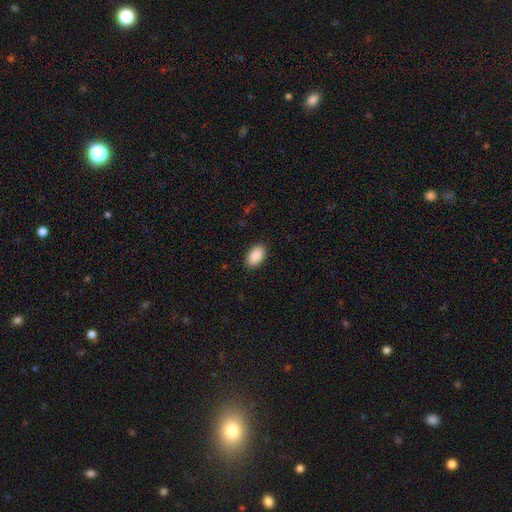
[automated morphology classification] The model was most divided on "merging": none: 89%, minor disturbance: 8%, major disturbance: 2%, merger: 1%. More confident: how rounded — in between (93%); smooth or featured — smooth (89%).